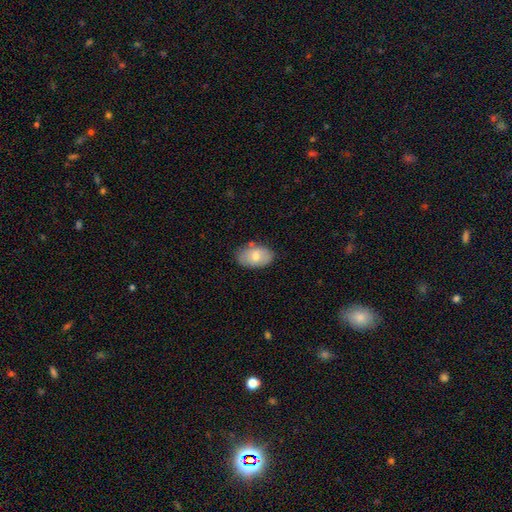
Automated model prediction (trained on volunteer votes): smooth-or-featured: smooth: 71% | featured or disk: 22% | star or artifact: 7%
  how-rounded: in between: 91% | round: 8% | cigar-shaped: 1%
  merging: none: 78% | minor disturbance: 17% | major disturbance: 3% | merger: 2%